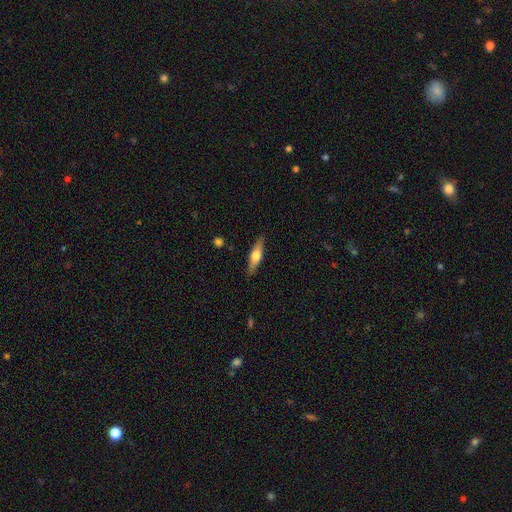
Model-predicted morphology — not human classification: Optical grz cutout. It shows a featured or disk galaxy (49%). Merging: none (88%).